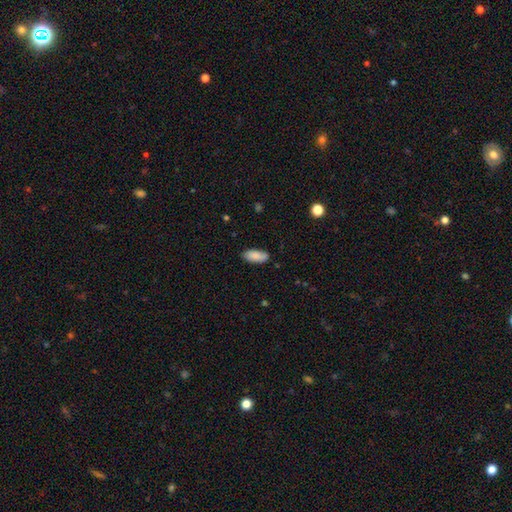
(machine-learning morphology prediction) This appears to be a smooth galaxy with no disk features (86%) that is in between round and cigar-shaped (87%). Merging: none (83%).